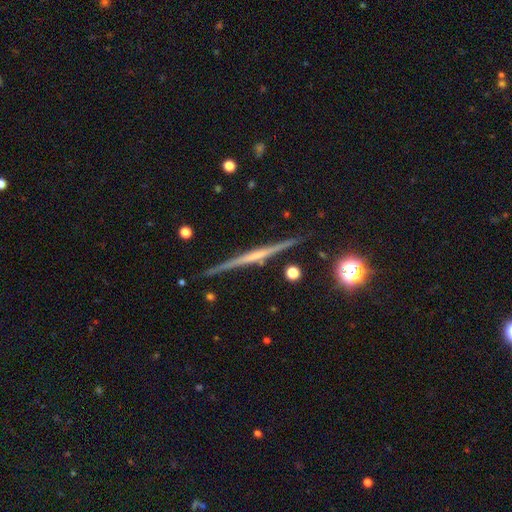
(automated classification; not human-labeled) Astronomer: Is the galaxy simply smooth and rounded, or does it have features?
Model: featured or disk — 76%.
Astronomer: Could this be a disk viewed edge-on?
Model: yes — 98%.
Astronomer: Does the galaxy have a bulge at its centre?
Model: none — 58%.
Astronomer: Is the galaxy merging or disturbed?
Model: none — 90%.